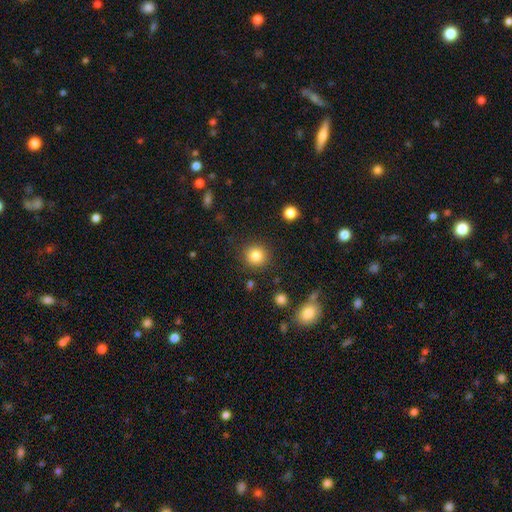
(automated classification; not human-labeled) Smooth or featured? smooth (84%)
How rounded? round (91%)
Merging? none (89%)